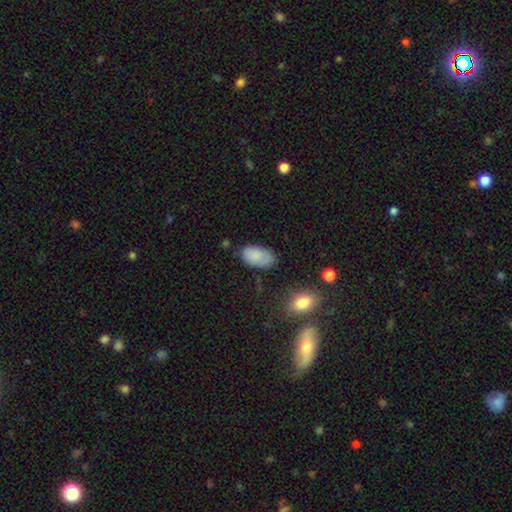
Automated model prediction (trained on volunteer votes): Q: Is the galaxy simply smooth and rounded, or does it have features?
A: smooth — 84%.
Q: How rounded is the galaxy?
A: in between — 95%.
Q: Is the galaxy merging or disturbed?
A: none — 70%.